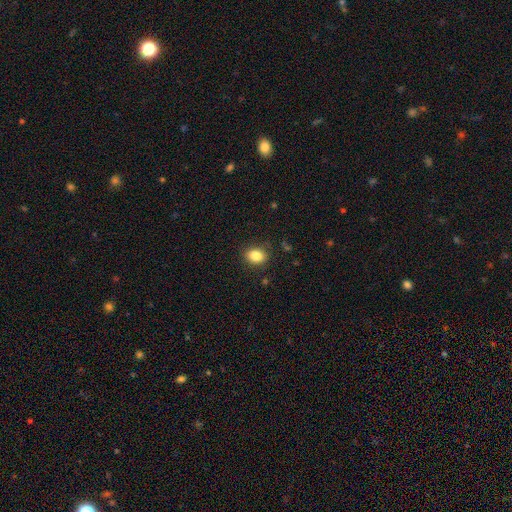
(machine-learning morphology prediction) The model was most divided on "how rounded": in between: 51%, round: 48%, cigar-shaped: 1%. More confident: merging — none (86%); smooth or featured — smooth (85%).